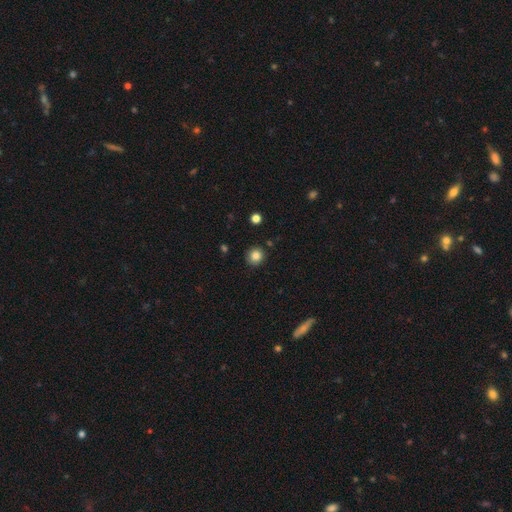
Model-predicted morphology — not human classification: smooth 85%, star or artifact 11%, featured or disk 5%. Down the decision tree: how rounded — round (91%); merging — none (87%).